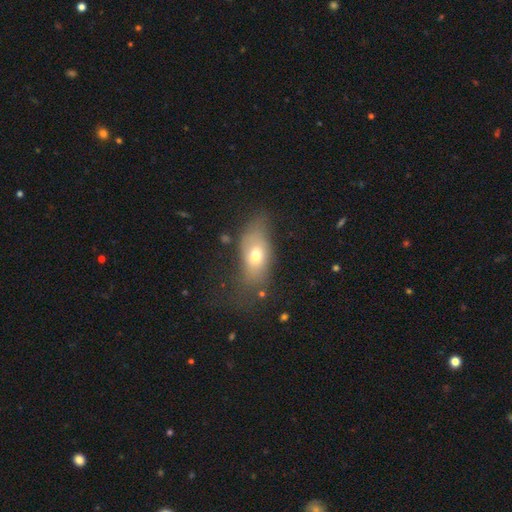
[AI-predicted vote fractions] Smooth or featured?
  - smooth: 65% *
  - featured or disk: 24%
  - star or artifact: 11%
How rounded?
  - in between: 83% *
  - round: 9%
  - cigar-shaped: 8%
Merging?
  - none: 48% *
  - minor disturbance: 27%
  - major disturbance: 21%
  - merger: 4%